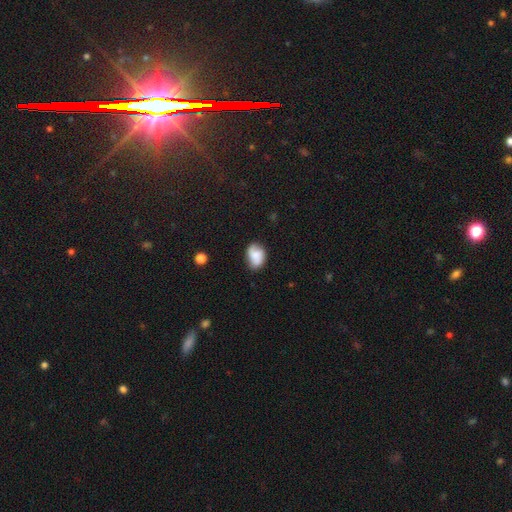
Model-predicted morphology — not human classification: Smooth or featured? smooth (64%)
How rounded? in between (70%)
Merging? none (63%)